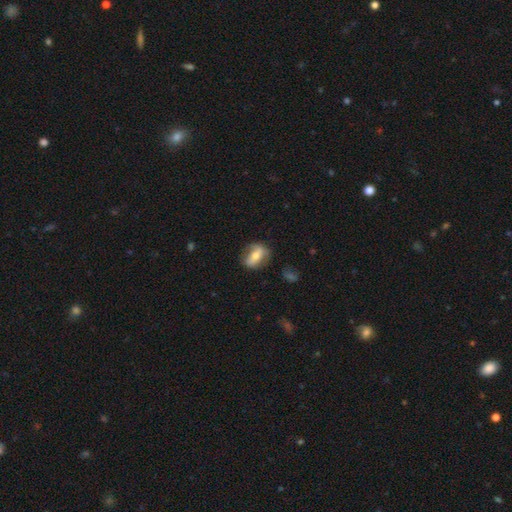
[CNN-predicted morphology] smooth_or_featured: smooth (p=0.52) [alt: featured or disk p=0.41]
how_rounded: in between (p=0.74) [alt: round p=0.18]
merging: none (p=0.69) [alt: minor disturbance p=0.21]